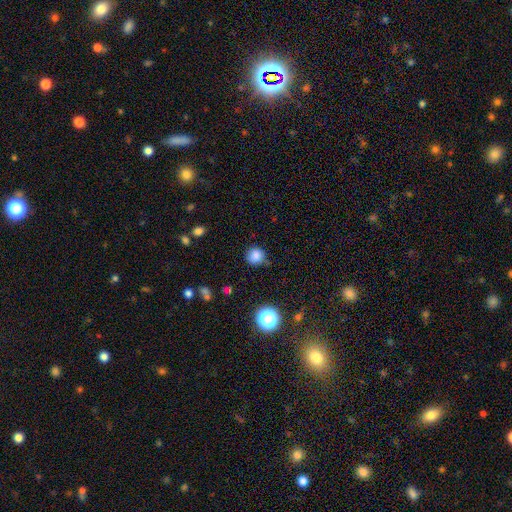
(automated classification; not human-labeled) The model was most divided on "merging": none: 80%, minor disturbance: 13%, major disturbance: 3%, merger: 3%. More confident: how rounded — round (91%); smooth or featured — smooth (83%).